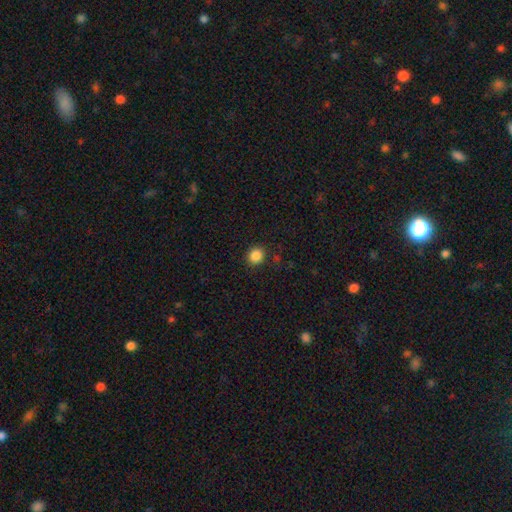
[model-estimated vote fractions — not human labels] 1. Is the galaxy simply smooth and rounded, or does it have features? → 86% smooth, 11% star or artifact, 3% featured or disk.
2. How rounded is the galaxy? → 81% round, 18% in between, 1% cigar-shaped.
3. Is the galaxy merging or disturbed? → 89% none, 7% minor disturbance, 2% major disturbance, 2% merger.